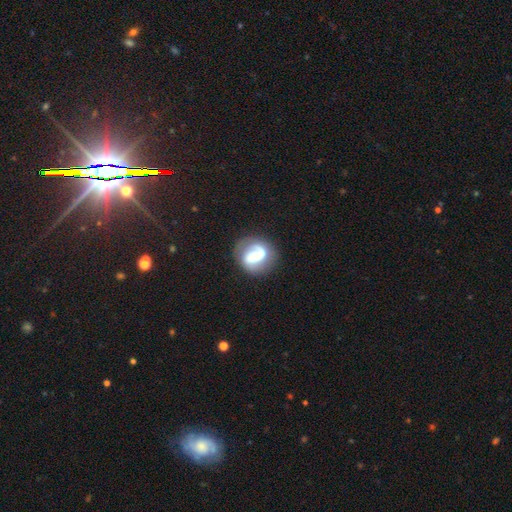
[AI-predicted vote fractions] Smooth or featured?
  - featured or disk: 67% *
  - smooth: 26%
  - star or artifact: 7%
Edge-on disk?
  - no: 98% *
  - yes: 2%
Bar?
  - weak: 39% *
  - strong: 37%
  - no: 24%
Spiral arms?
  - yes: 85% *
  - no: 15%
Spiral winding?
  - medium: 40% *
  - loose: 37%
  - tight: 23%
Spiral arm count?
  - 2: 63% *
  - 1: 28%
  - can't tell: 6%
  - 3: 1%
  - 4: 1%
  - more than 4: 1%
Bulge size?
  - small: 34% *
  - moderate: 31%
  - large: 16%
  - none: 15%
  - dominant: 4%
Merging?
  - none: 68% *
  - minor disturbance: 18%
  - major disturbance: 11%
  - merger: 3%